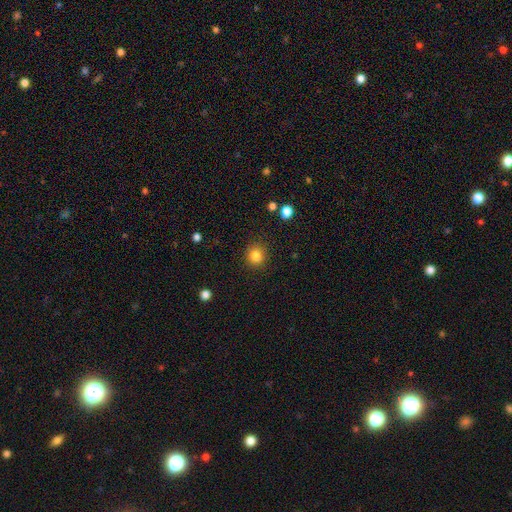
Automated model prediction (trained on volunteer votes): Morphology: type=smooth (83%); roundness=round (88%); merging=none (90%).